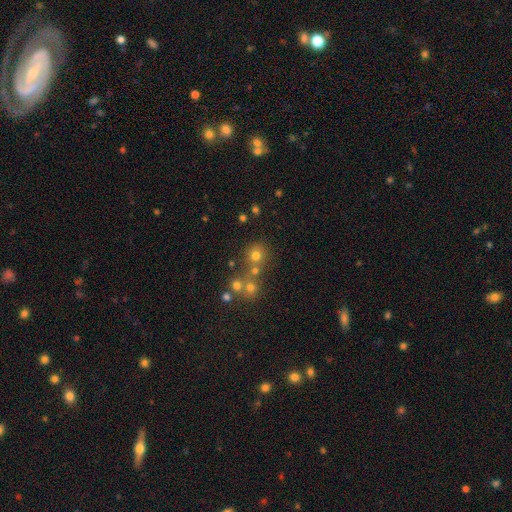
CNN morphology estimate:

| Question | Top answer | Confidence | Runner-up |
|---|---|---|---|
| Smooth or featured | smooth | 69% | star or artifact (19%) |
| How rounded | round | 88% | in between (11%) |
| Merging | none | 60% | merger (27%) |